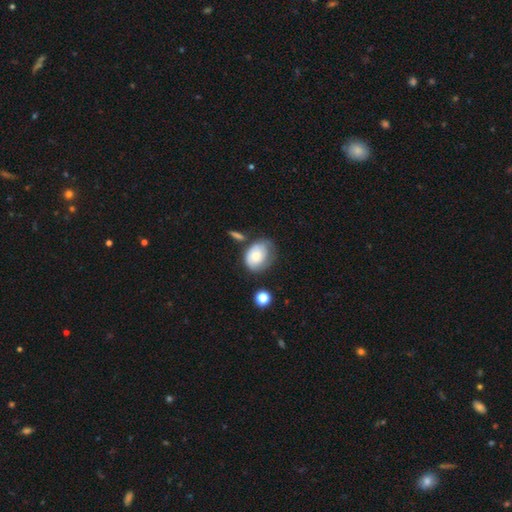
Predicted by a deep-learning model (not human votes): Morphology: type=smooth (68%); roundness=in between (64%); merging=none (42%).